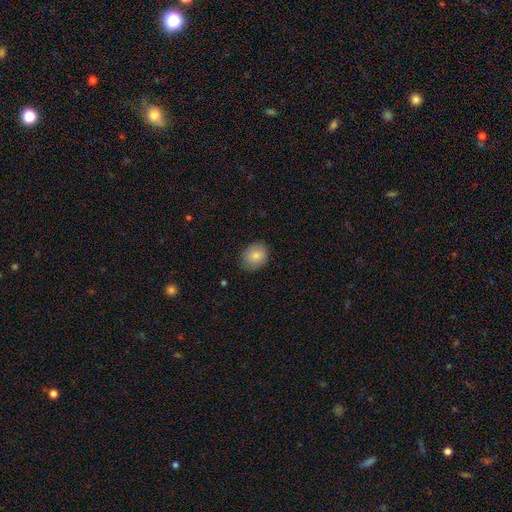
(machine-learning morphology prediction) Smooth or featured? Predicted: smooth (p=0.84). How rounded? Predicted: round (p=0.60). Merging? Predicted: none (p=0.81).